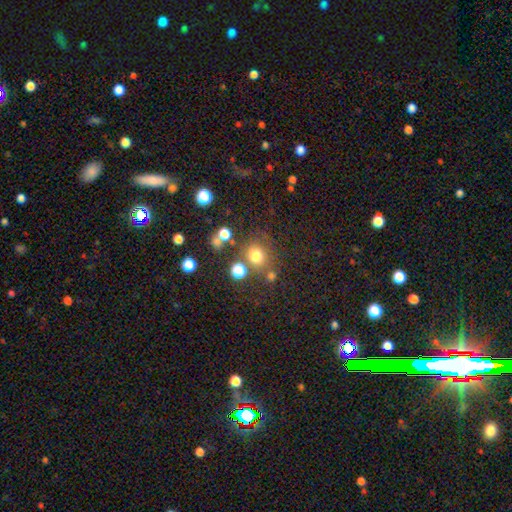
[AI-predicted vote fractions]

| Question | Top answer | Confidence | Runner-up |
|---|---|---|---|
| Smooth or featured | smooth | 73% | star or artifact (19%) |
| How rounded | round | 83% | in between (16%) |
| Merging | none | 69% | merger (13%) |